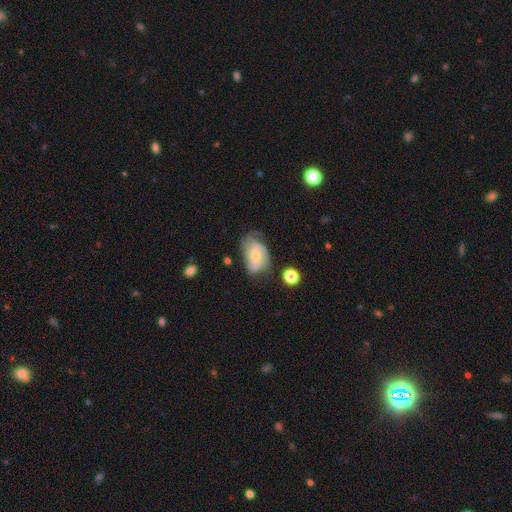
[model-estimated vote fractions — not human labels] smooth-or-featured: featured or disk: 61% | smooth: 31% | star or artifact: 7%
  disk-edge-on: no: 96% | yes: 4%
    bar: no: 71% | weak: 25% | strong: 4%
    has-spiral-arms: yes: 84% | no: 16%
    bulge-size: small: 51% | moderate: 42% | none: 4% | large: 2% | dominant: 1%
  merging: none: 51% | minor disturbance: 31% | major disturbance: 15% | merger: 3%